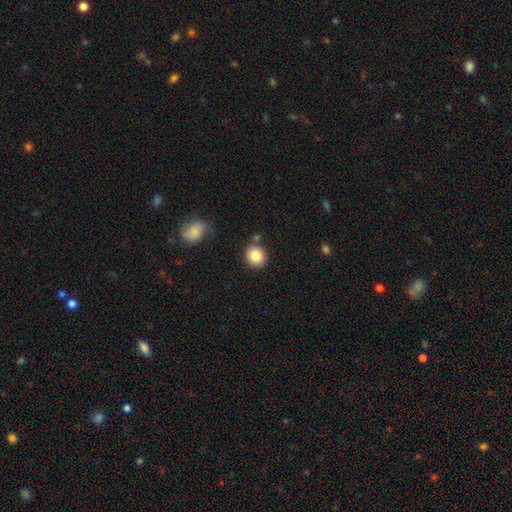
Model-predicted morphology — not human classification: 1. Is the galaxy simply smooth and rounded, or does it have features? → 85% smooth, 9% star or artifact, 6% featured or disk.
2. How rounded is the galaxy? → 83% round, 16% in between, 1% cigar-shaped.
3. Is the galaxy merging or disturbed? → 80% none, 10% minor disturbance, 7% merger, 3% major disturbance.